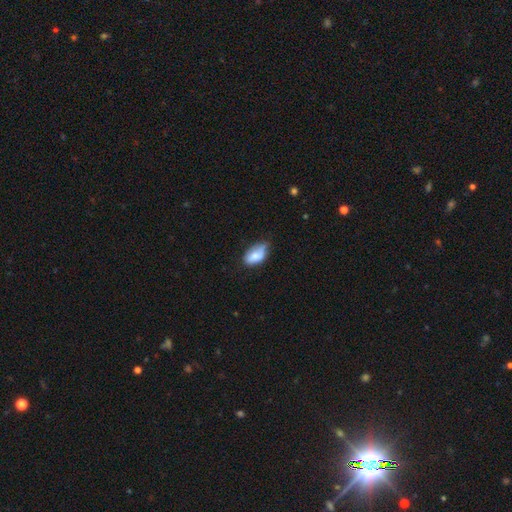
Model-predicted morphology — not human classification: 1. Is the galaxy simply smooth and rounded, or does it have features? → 74% smooth, 18% featured or disk, 7% star or artifact.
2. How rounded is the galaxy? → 93% in between, 5% round, 2% cigar-shaped.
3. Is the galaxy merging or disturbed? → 44% none (tied), 44% minor disturbance (tied), 9% major disturbance, 3% merger.